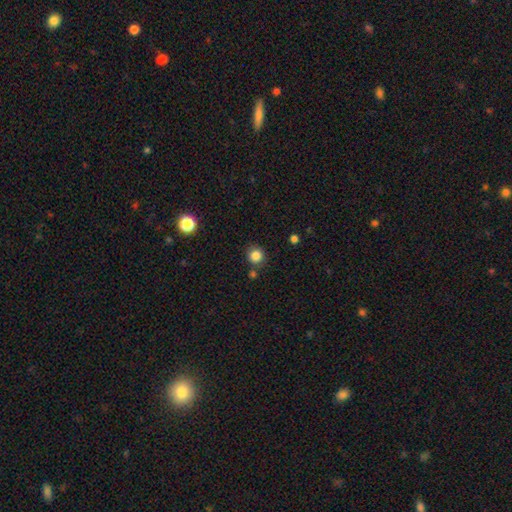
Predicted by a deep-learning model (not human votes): Morphology: type=smooth (84%); roundness=round (91%); merging=none (80%).